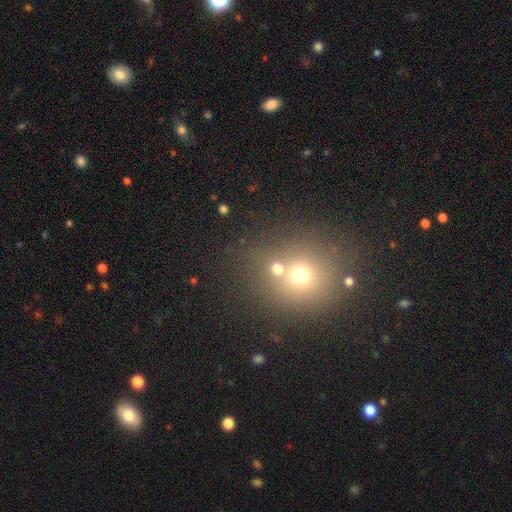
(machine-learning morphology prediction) smooth-or-featured: smooth: 56% | star or artifact: 31% | featured or disk: 13%
  how-rounded: round: 83% | in between: 16% | cigar-shaped: 1%
  merging: none: 58% | merger: 30% | minor disturbance: 8% | major disturbance: 4%